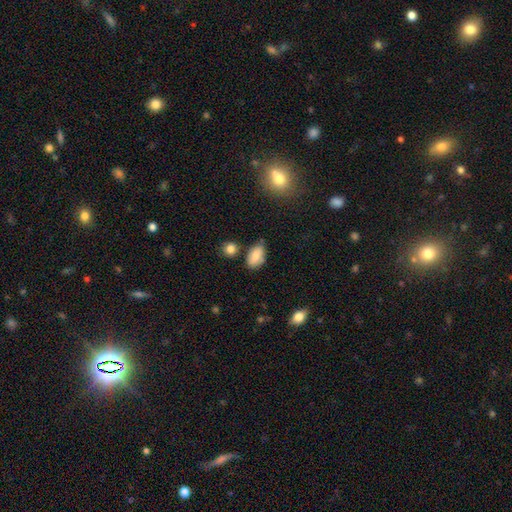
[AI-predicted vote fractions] Overall: smooth (81%). How rounded: in between (91%). Merging: none (67%).